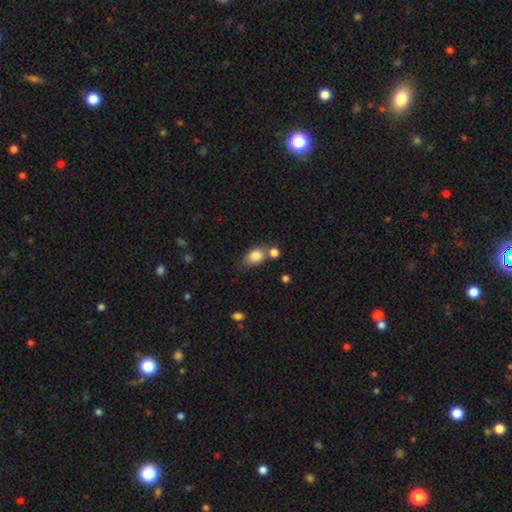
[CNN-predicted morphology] Overall: smooth (83%). How rounded: in between (74%). Merging: none (52%; merger 25%).